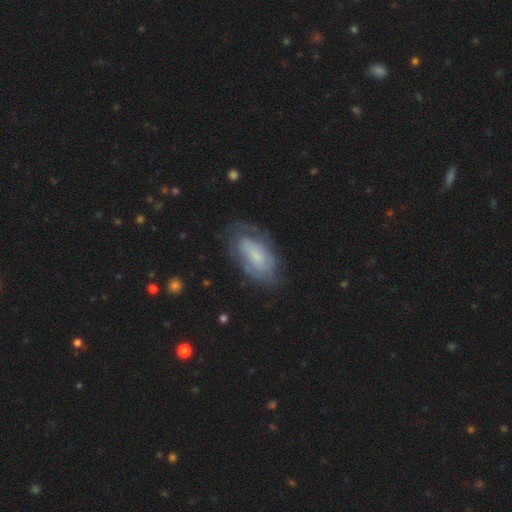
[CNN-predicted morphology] featured or disk 58%, smooth 35%, star or artifact 7%. Down the decision tree: edge-on disk — no (93%); bar — no (61%); spiral arms — yes (73%); bulge size — small (59%); merging — none (65%).